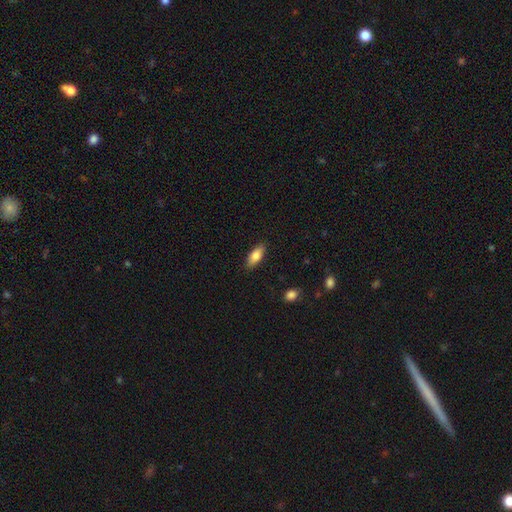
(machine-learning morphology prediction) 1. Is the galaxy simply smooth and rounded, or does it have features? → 79% smooth, 15% featured or disk, 7% star or artifact.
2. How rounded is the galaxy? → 78% in between, 19% cigar-shaped, 2% round.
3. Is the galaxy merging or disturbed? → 87% none, 10% minor disturbance, 2% major disturbance, 1% merger.